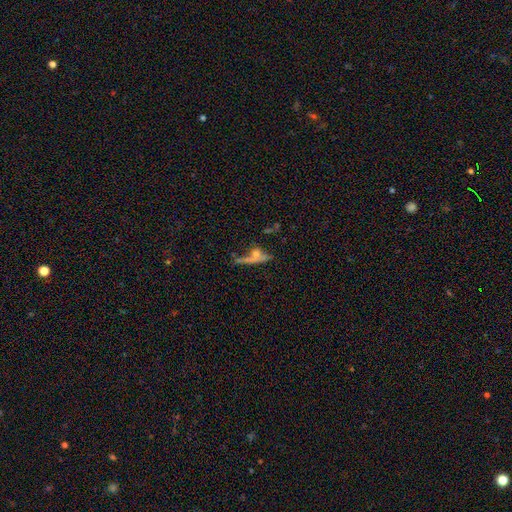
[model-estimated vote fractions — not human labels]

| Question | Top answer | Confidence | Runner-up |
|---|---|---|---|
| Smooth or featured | smooth | 46% | featured or disk (35%) |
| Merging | none | 46% | merger (25%) |